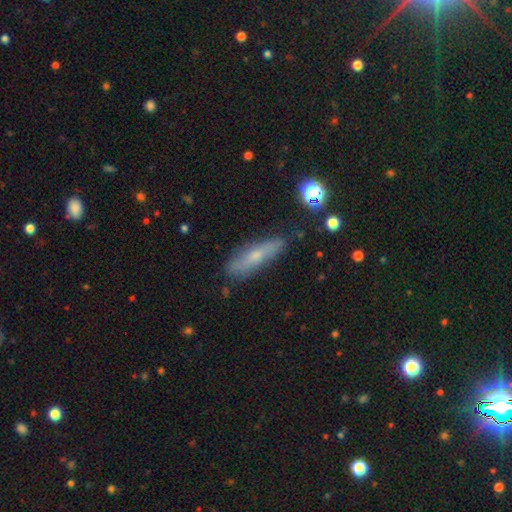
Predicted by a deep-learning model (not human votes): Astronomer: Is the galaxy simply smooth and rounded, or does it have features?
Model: smooth — 51% (runner-up: featured or disk, 39%).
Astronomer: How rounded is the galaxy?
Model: cigar-shaped — 73%.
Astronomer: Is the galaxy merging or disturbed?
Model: none — 77%.